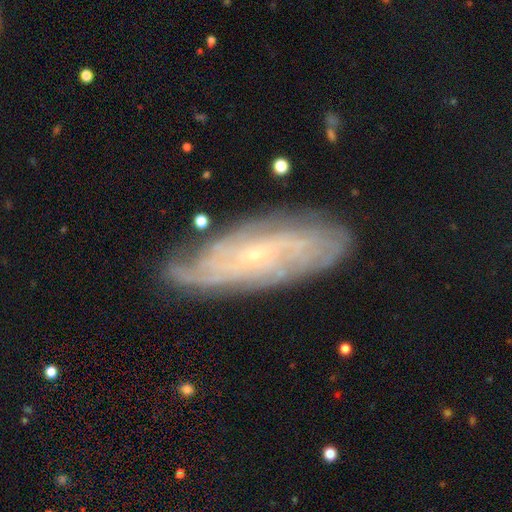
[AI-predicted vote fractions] This is likely a featured or disk galaxy (79%). It is clearly not viewed edge-on (84%). Bar: likely no (69%). Spiral arm pattern: clearly yes (93%). Spiral arm count: possibly can't tell (46%). Spiral winding: likely tight (61%). Central bulge: clearly small (85%). Merging: likely none (78%).